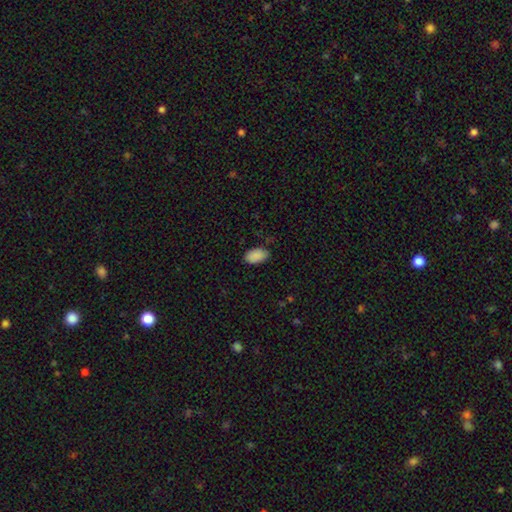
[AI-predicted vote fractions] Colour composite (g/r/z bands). It shows a smooth galaxy with no disk features (89%) that is in between round and cigar-shaped (94%). Merging: none (78%).